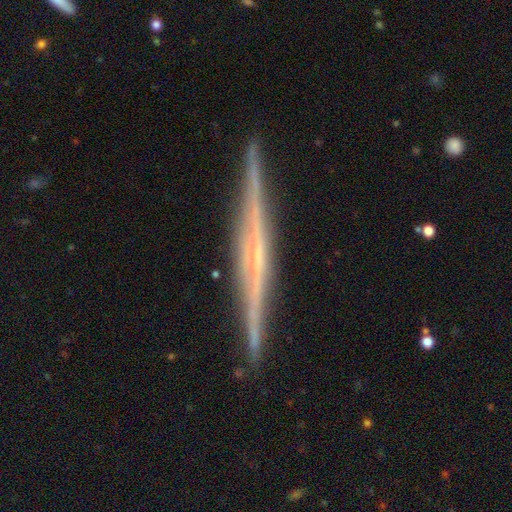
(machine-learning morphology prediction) The model was most divided on "edge-on bulge": none: 50%, rounded: 32%, boxy: 18%. More confident: edge-on disk — yes (98%); merging — none (89%); smooth or featured — featured or disk (85%).